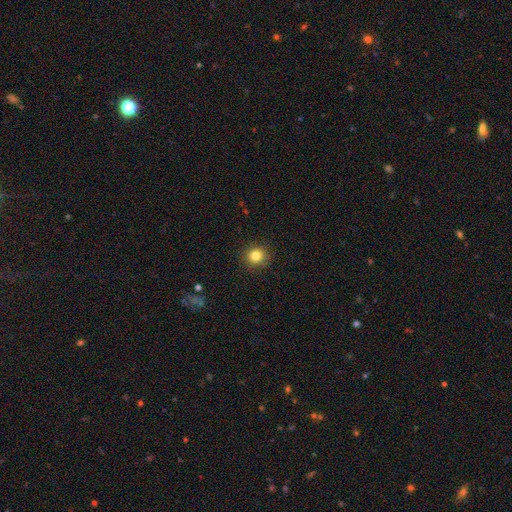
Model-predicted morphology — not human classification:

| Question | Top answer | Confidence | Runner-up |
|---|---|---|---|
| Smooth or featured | smooth | 83% | star or artifact (12%) |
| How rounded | round | 89% | in between (10%) |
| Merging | none | 91% | minor disturbance (6%) |